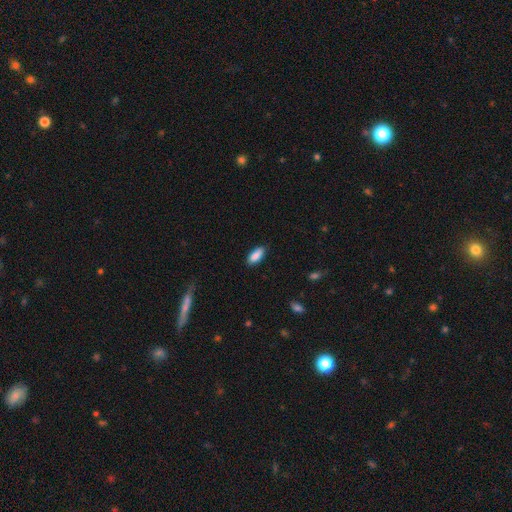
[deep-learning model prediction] Smooth or featured? smooth (89%)
How rounded? in between (87%)
Merging? none (83%)